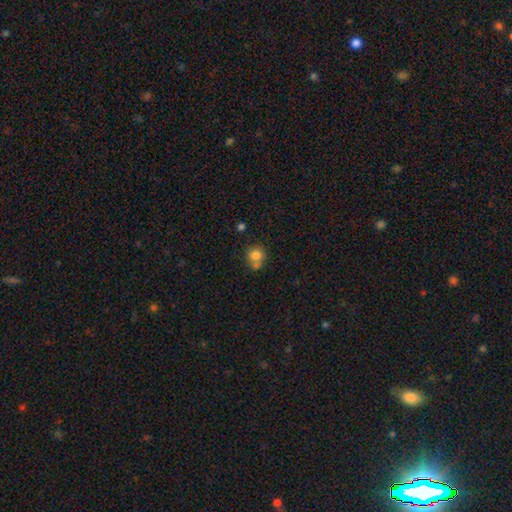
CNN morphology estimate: Smooth or featured: smooth — 80% (star or artifact — 10%)
How rounded: round — 86% (in between — 13%)
Merging: none — 56% (merger — 27%)